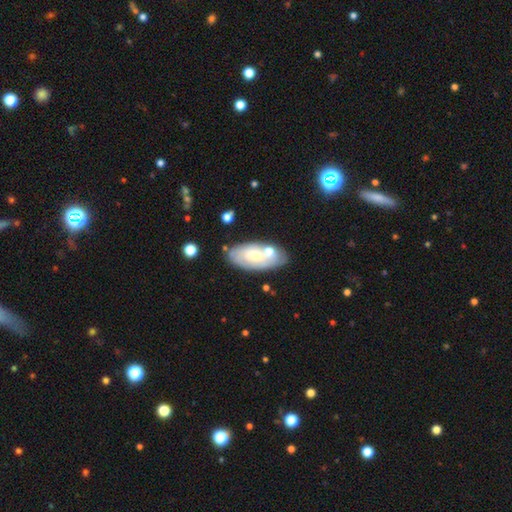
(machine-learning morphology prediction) Smooth or featured?
  - featured or disk: 47% *
  - smooth: 46%
  - star or artifact: 7%
Merging?
  - none: 63% *
  - minor disturbance: 17%
  - merger: 14%
  - major disturbance: 5%